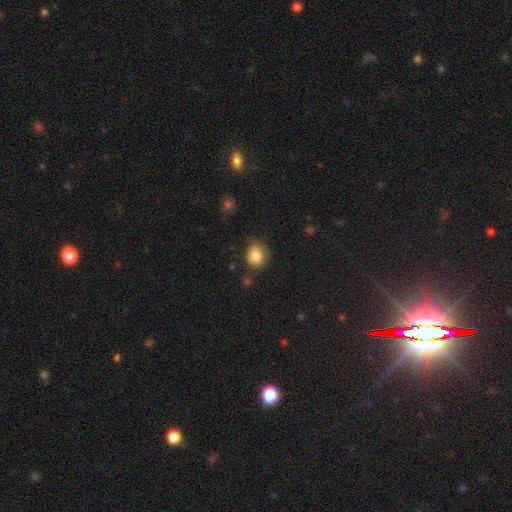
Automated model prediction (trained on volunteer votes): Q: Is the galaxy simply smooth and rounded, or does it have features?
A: smooth — 82%.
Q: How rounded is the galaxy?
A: round — 69%.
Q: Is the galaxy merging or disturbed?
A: none — 65%.